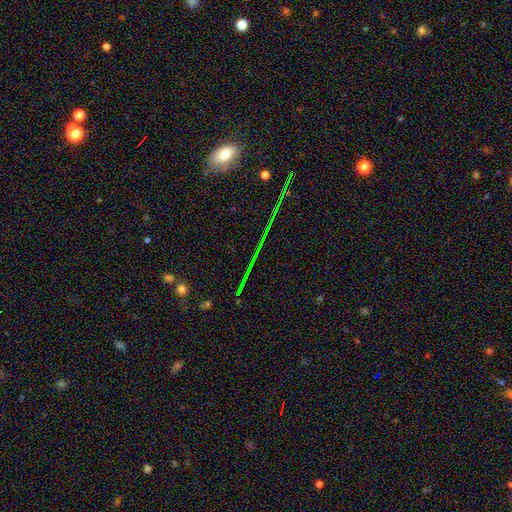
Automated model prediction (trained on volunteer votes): star or artifact 71%, smooth 15%, featured or disk 14%.